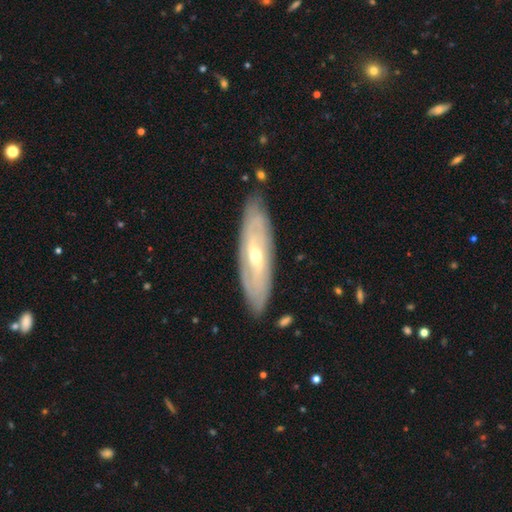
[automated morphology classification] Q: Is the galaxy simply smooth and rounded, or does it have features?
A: featured or disk — 76%.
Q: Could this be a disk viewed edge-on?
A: no — 69%.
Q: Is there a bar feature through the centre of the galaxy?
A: no — 42%.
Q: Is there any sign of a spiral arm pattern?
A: yes — 69%.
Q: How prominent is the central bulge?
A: small — 51%.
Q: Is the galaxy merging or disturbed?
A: none — 85%.